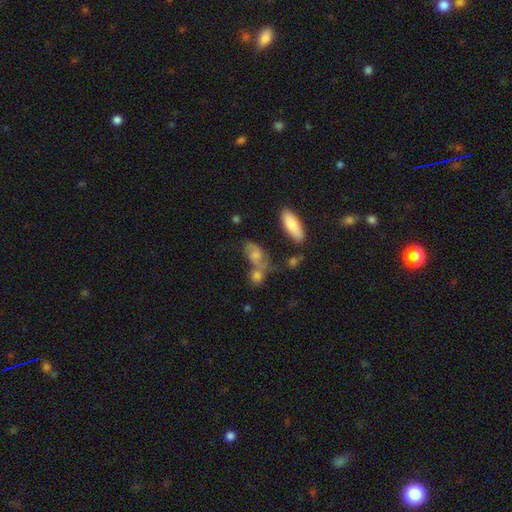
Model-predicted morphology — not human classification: smooth-or-featured: smooth: 48% | featured or disk: 39% | star or artifact: 13%
  merging: none: 39% | merger: 30% | minor disturbance: 18% | major disturbance: 13%